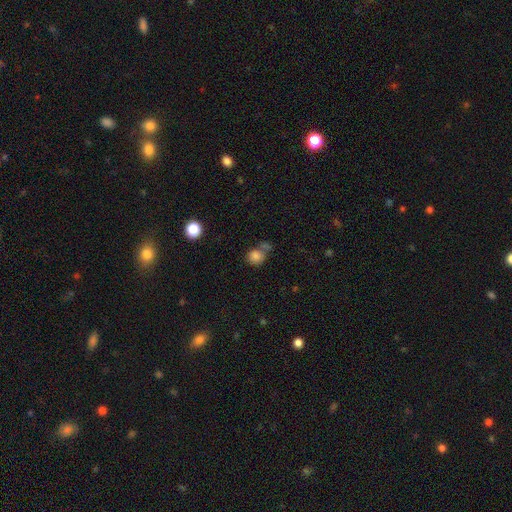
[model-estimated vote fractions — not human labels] Smooth or featured? smooth (81%)
How rounded? round (78%)
Merging? none (48%)